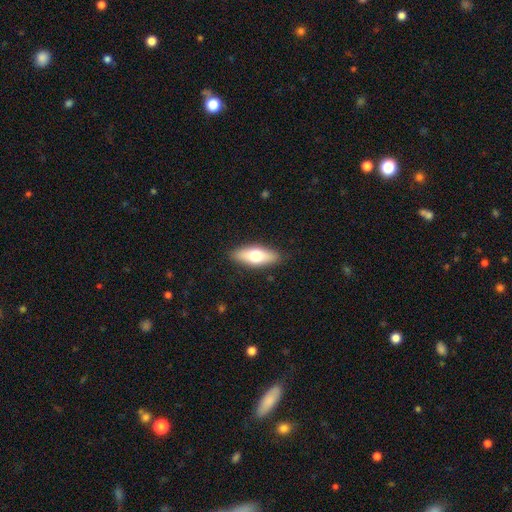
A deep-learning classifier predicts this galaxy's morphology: smooth 63%, featured or disk 30%, star or artifact 6%. Down the decision tree: how rounded — in between (69%); merging — none (88%).